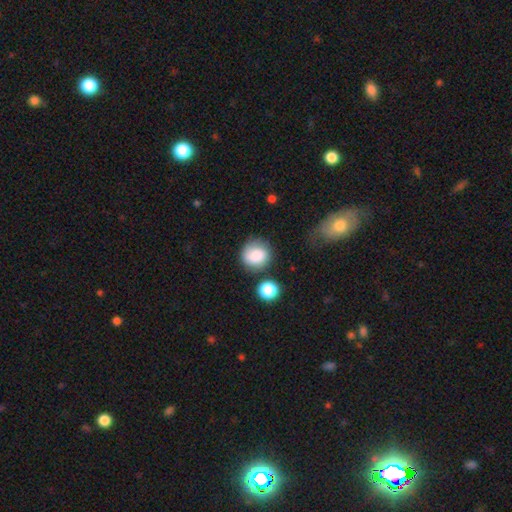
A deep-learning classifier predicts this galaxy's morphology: This is clearly a smooth galaxy (82%). How rounded: clearly round (86%). Merging: likely none (68%).